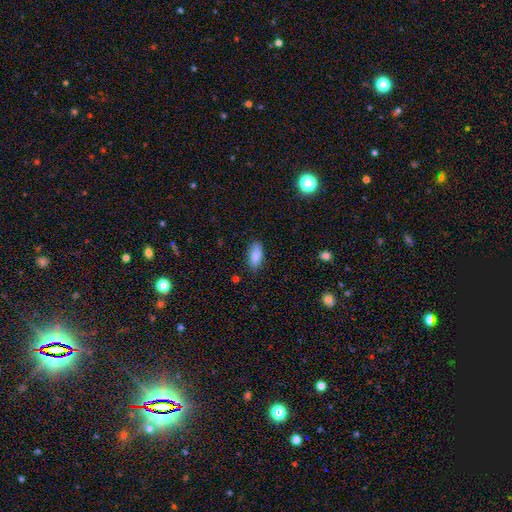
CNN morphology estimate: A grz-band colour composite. It shows a smooth galaxy with no disk features (84%) that is in between round and cigar-shaped (86%). Merging: none (83%).